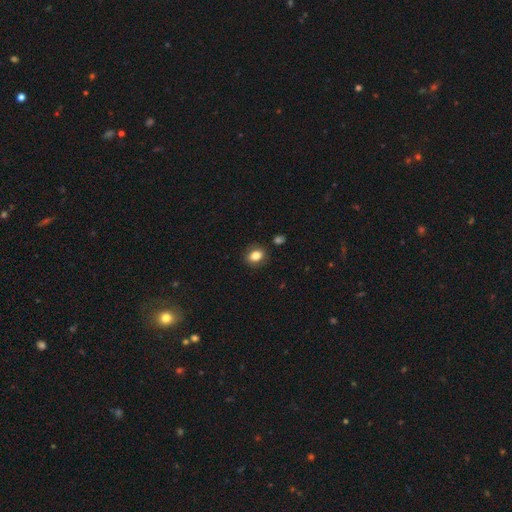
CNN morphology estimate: Q: Smooth or featured?
A: smooth (82%); runner-up: star or artifact (9%)
Q: How rounded?
A: in between (55%); runner-up: round (43%)
Q: Merging?
A: none (84%); runner-up: minor disturbance (11%)